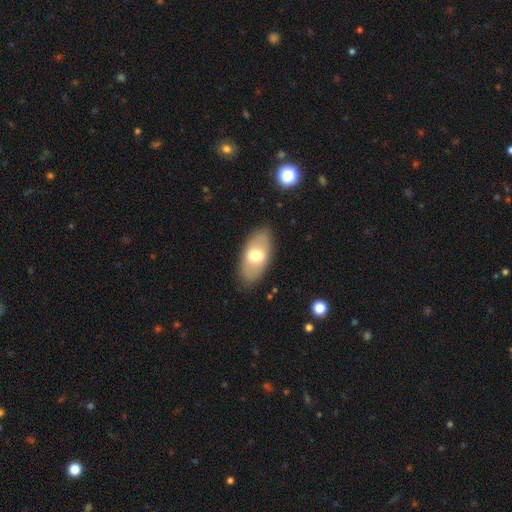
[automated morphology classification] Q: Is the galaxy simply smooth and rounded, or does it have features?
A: smooth — 62%.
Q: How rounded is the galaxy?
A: in between — 92%.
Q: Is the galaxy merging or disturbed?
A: none — 85%.